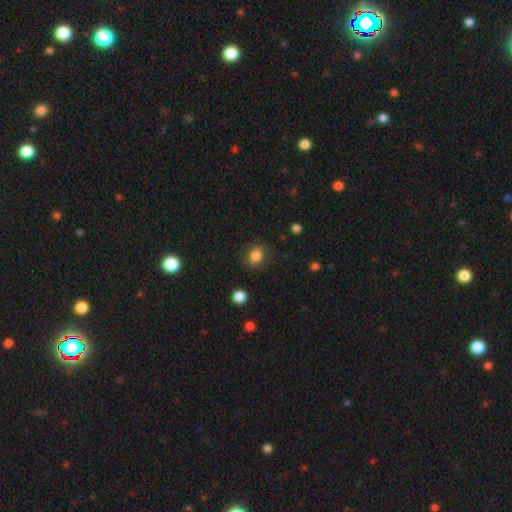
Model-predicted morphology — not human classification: The model was most divided on "how rounded": round: 62%, in between: 37%, cigar-shaped: 1%. More confident: smooth or featured — smooth (83%); merging — none (78%).